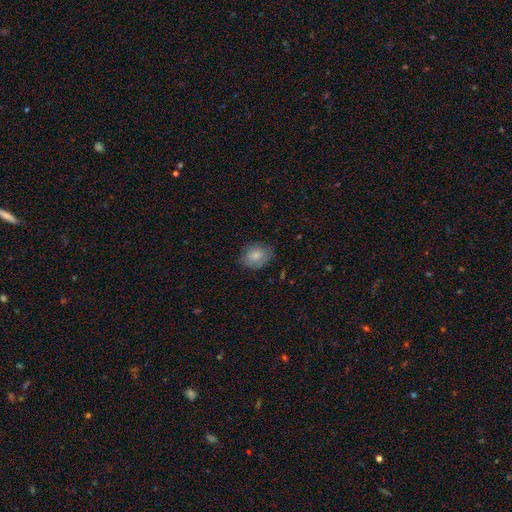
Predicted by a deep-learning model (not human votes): Q: Smooth or featured?
A: smooth (79%); runner-up: featured or disk (13%)
Q: How rounded?
A: in between (59%); runner-up: round (40%)
Q: Merging?
A: none (75%); runner-up: minor disturbance (20%)